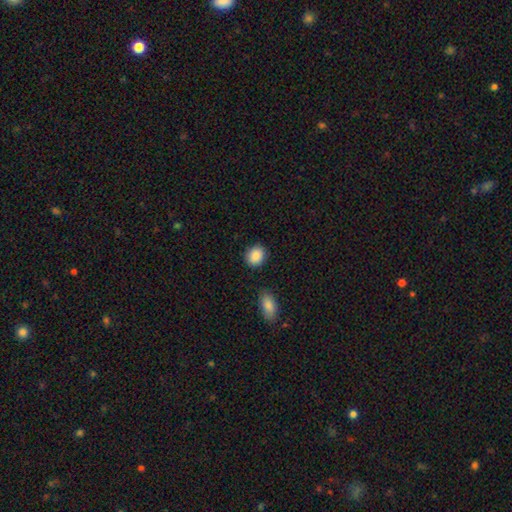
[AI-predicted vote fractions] Overall: smooth (89%). How rounded: round (69%; in between 30%). Merging: none (86%).